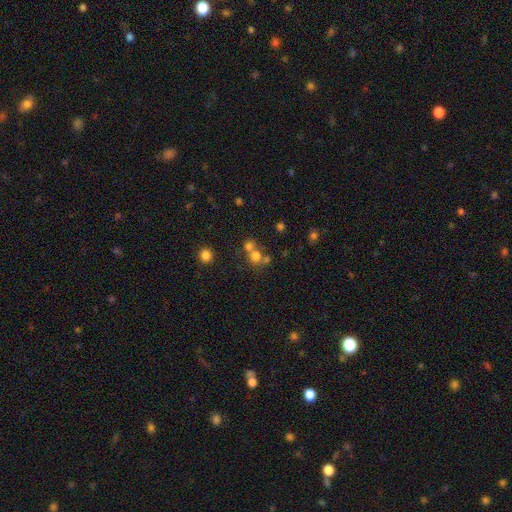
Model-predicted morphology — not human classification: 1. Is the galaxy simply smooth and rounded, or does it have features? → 68% smooth, 18% star or artifact, 14% featured or disk.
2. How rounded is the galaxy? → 80% round, 19% in between, 1% cigar-shaped.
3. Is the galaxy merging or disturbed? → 50% merger, 39% none, 6% minor disturbance, 4% major disturbance.